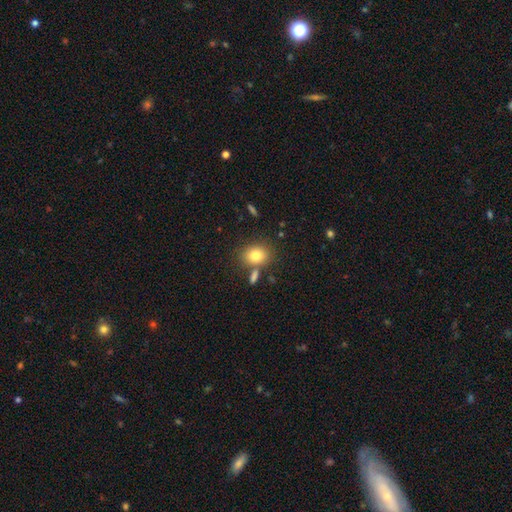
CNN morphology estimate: A smooth galaxy with no disk features (80%) that is in between round and cigar-shaped (50%).

Vote fractions:
- Smooth or featured? smooth: 80% / star or artifact: 10% / featured or disk: 10%
- How rounded? in between: 50% / round: 49% / cigar-shaped: 1%
- Merging? none: 71% / merger: 14% / minor disturbance: 12% / major disturbance: 4%